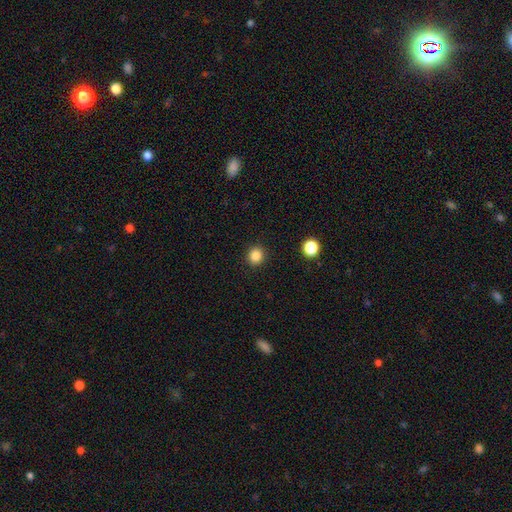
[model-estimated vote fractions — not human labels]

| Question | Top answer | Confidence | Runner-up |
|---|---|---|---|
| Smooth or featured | smooth | 84% | star or artifact (12%) |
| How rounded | round | 86% | in between (13%) |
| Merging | none | 92% | minor disturbance (5%) |